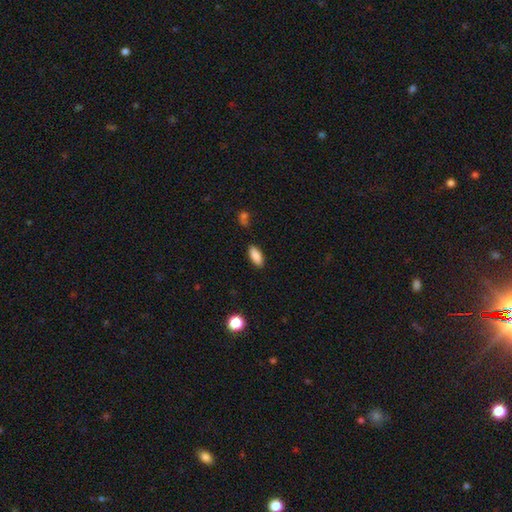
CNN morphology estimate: The model was most divided on "how rounded": in between: 85%, cigar-shaped: 13%, round: 2%. More confident: smooth or featured — smooth (87%); merging — none (85%).